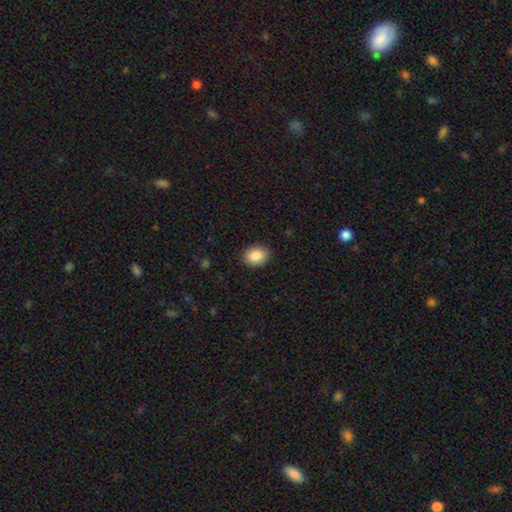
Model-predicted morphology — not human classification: Smooth or featured? Predicted: smooth (p=0.85). How rounded? Predicted: in between (p=0.54). Merging? Predicted: none (p=0.90).